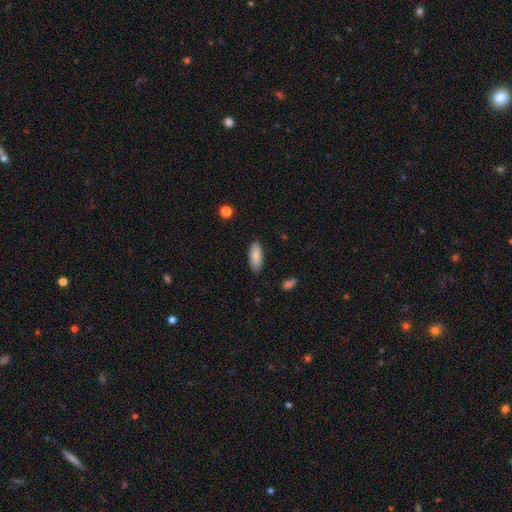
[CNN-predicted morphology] The model was most divided on "how rounded": in between: 82%, cigar-shaped: 17%, round: 2%. More confident: merging — none (87%); smooth or featured — smooth (86%).